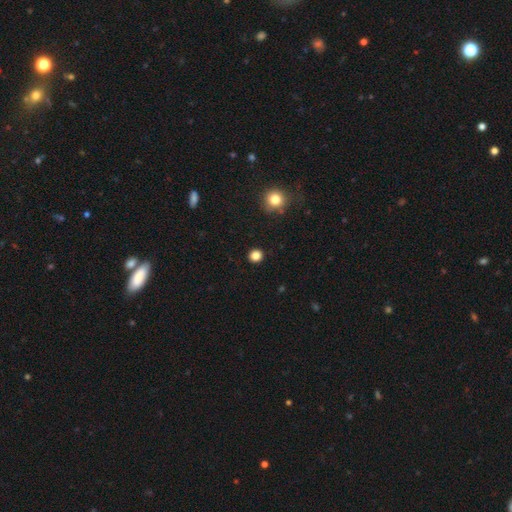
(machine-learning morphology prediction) Smooth or featured: smooth — 84% (star or artifact — 13%)
How rounded: round — 92% (in between — 7%)
Merging: none — 92% (minor disturbance — 5%)